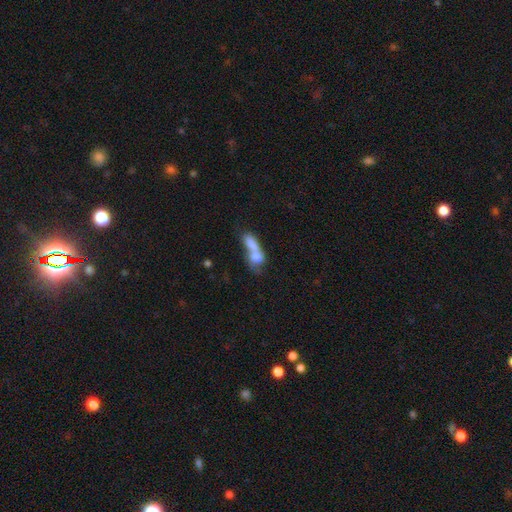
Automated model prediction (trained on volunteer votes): Smooth or featured? smooth (70%)
How rounded? in between (61%)
Merging? merger (72%)